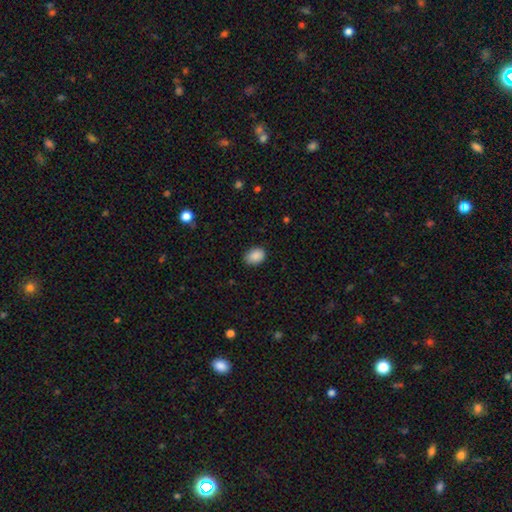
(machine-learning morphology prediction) smooth_or_featured: smooth (p=0.89) [alt: star or artifact p=0.08]
how_rounded: in between (p=0.72) [alt: round p=0.28]
merging: none (p=0.82) [alt: minor disturbance p=0.14]